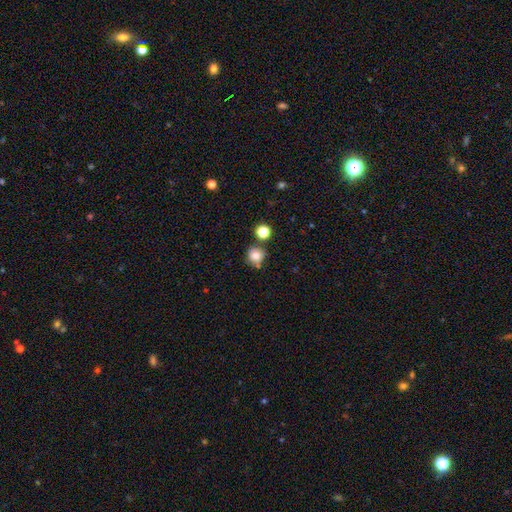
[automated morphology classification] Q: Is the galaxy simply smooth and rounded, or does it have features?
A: smooth — 80%.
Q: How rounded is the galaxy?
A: round — 88%.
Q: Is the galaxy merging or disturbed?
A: none — 69%.